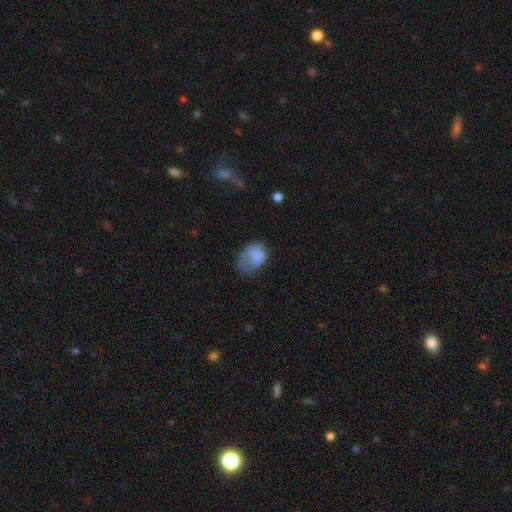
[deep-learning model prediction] Smooth or featured?
  - smooth: 72% *
  - featured or disk: 20%
  - star or artifact: 8%
How rounded?
  - in between: 71% *
  - round: 28%
  - cigar-shaped: 1%
Merging?
  - major disturbance: 39% *
  - none: 30%
  - minor disturbance: 29%
  - merger: 2%